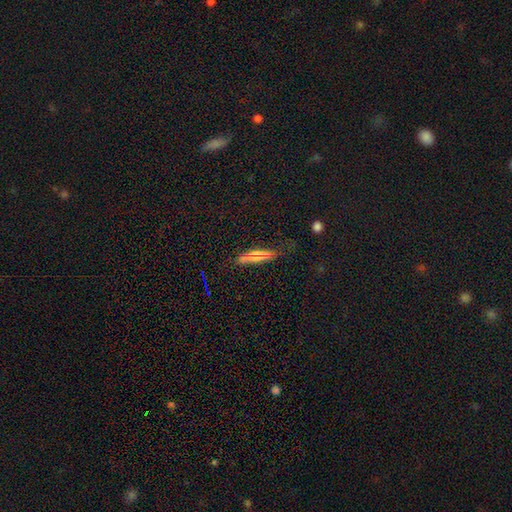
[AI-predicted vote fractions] Smooth or featured? Predicted: smooth (p=0.53). How rounded? Predicted: cigar-shaped (p=0.73). Merging? Predicted: none (p=0.71).